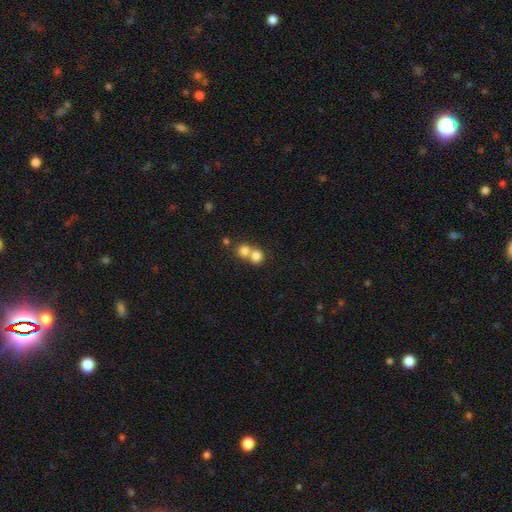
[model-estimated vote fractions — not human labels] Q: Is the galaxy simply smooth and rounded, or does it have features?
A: smooth — 78%.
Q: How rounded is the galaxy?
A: round — 77%.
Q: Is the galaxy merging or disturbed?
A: merger — 59%.